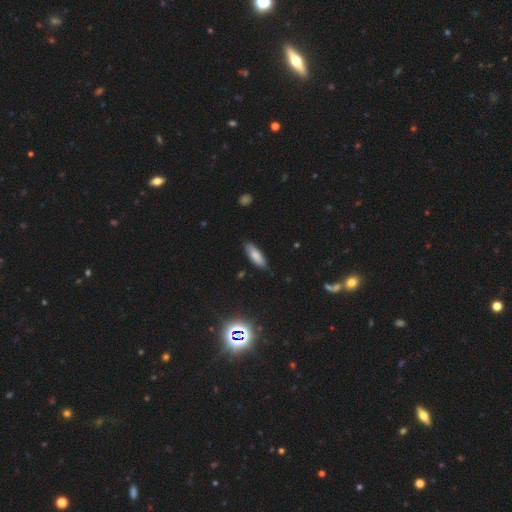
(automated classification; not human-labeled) This appears to be a smooth galaxy with no disk features (78%) that is in between round and cigar-shaped (61%). Merging: none (83%).